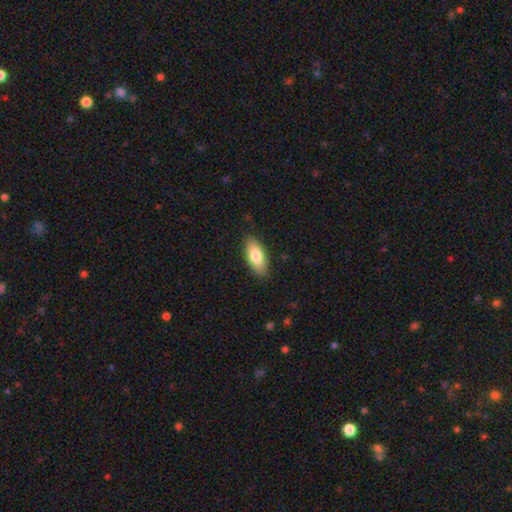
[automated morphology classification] smooth_or_featured: smooth (p=0.81) [alt: featured or disk p=0.13]
how_rounded: in between (p=0.85) [alt: cigar-shaped p=0.12]
merging: none (p=0.86) [alt: minor disturbance p=0.11]